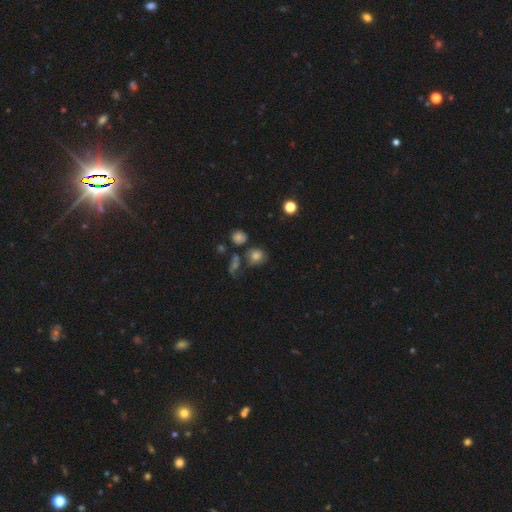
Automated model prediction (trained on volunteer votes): The model was most divided on "merging": none: 58%, minor disturbance: 17%, merger: 15%, major disturbance: 10%. More confident: smooth or featured — smooth (75%); how rounded — round (74%).